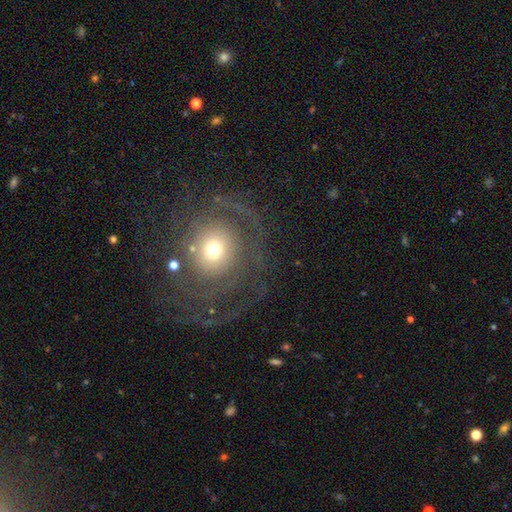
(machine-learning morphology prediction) A featured or disk galaxy (65%) with no bar (82%), spiral arms (70%) and a moderate central bulge (57%).

Vote fractions:
- Smooth or featured? featured or disk: 65% / smooth: 23% / star or artifact: 12%
- Edge-on disk? no: 96% / yes: 4%
- Bar? no: 82% / weak: 13% / strong: 4%
- Spiral arms? yes: 70% / no: 30%
- Bulge size? moderate: 57% / small: 29% / large: 10% / dominant: 2% / none: 1%
- Merging? none: 65% / major disturbance: 18% / minor disturbance: 14% / merger: 3%